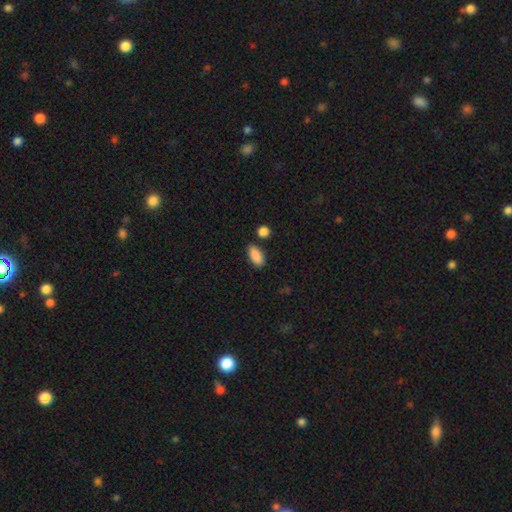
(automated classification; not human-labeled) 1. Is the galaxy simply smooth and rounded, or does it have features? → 90% smooth, 7% star or artifact, 3% featured or disk.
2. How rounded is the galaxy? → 89% in between, 7% cigar-shaped, 3% round.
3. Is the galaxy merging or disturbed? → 82% none, 11% minor disturbance, 5% merger, 3% major disturbance.